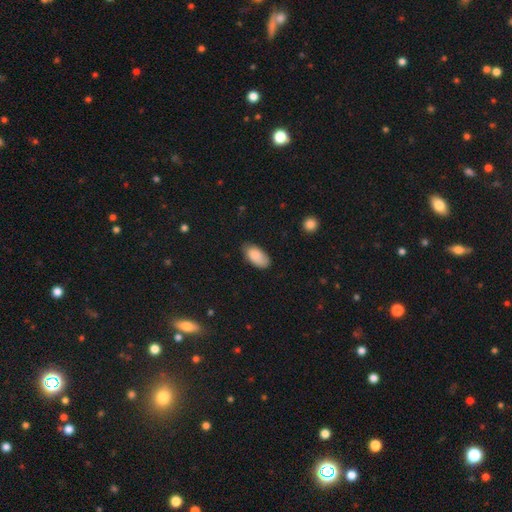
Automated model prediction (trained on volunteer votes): smooth-or-featured: smooth: 87% | featured or disk: 6% | star or artifact: 6%
  how-rounded: in between: 95% | cigar-shaped: 3% | round: 2%
  merging: none: 74% | minor disturbance: 21% | major disturbance: 4% | merger: 1%